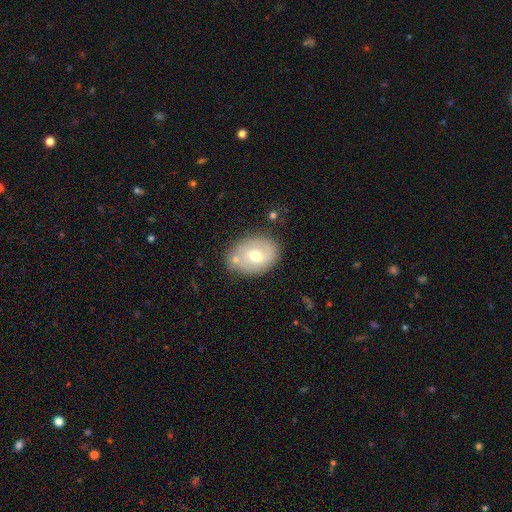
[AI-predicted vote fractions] Smooth or featured: smooth — 46% (tied with featured or disk — 46%)
Merging: none — 67% (minor disturbance — 17%)